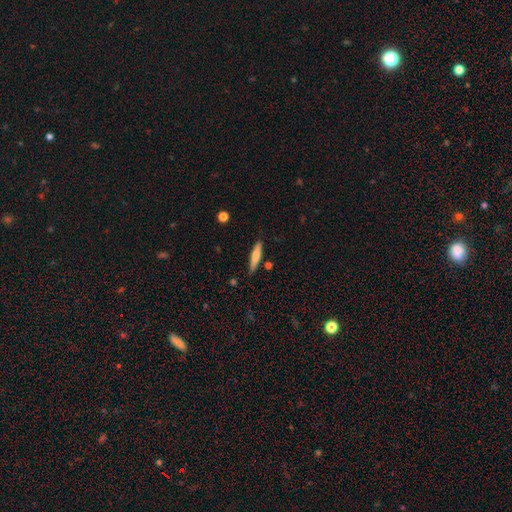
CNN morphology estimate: The model was most divided on "smooth or featured": smooth: 66%, featured or disk: 28%, star or artifact: 6%. More confident: how rounded — cigar-shaped (86%); merging — none (84%).